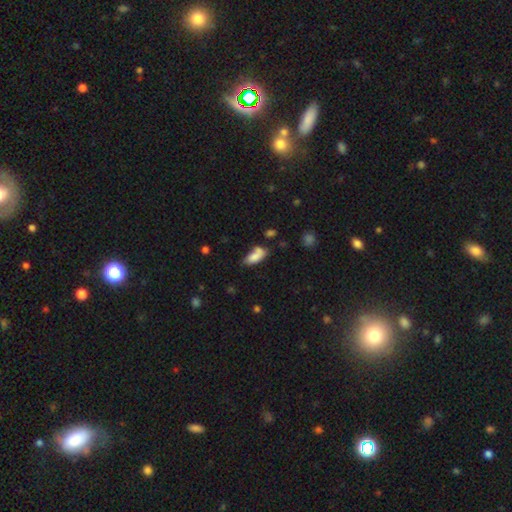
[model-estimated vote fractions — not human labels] Morphology: type=smooth (77%); roundness=in between (81%); merging=none (39%).